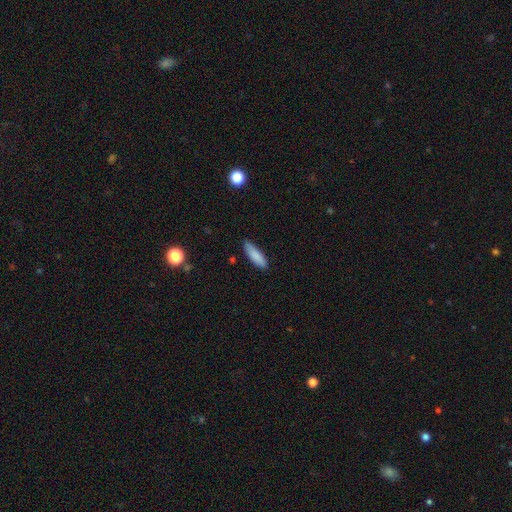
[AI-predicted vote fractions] smooth-or-featured: smooth: 86% | featured or disk: 7% | star or artifact: 7%
  how-rounded: cigar-shaped: 59% | in between: 40% | round: 1%
  merging: none: 84% | minor disturbance: 13% | major disturbance: 2% | merger: 1%